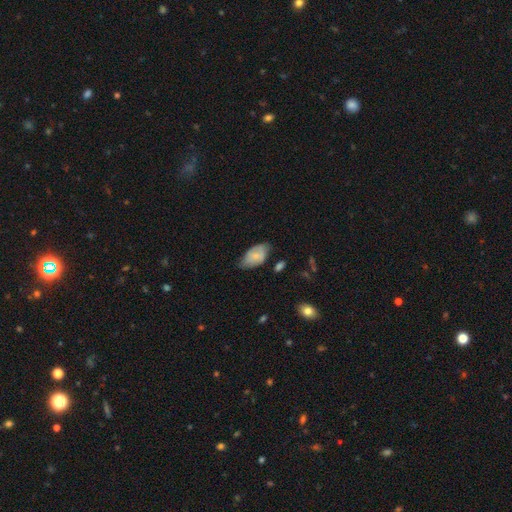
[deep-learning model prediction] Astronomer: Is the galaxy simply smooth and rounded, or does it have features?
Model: smooth — 72%.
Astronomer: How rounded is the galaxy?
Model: in between — 93%.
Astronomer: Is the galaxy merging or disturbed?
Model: none — 53% (runner-up: minor disturbance, 37%).